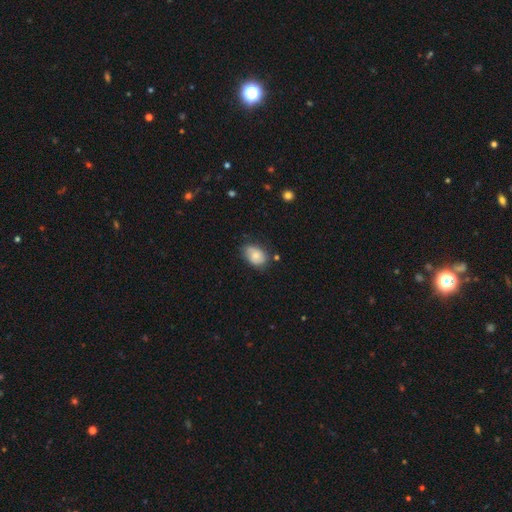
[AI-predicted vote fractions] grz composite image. It shows a smooth galaxy with no disk features (65%) that is in between round and cigar-shaped (79%). Merging: none (63%).